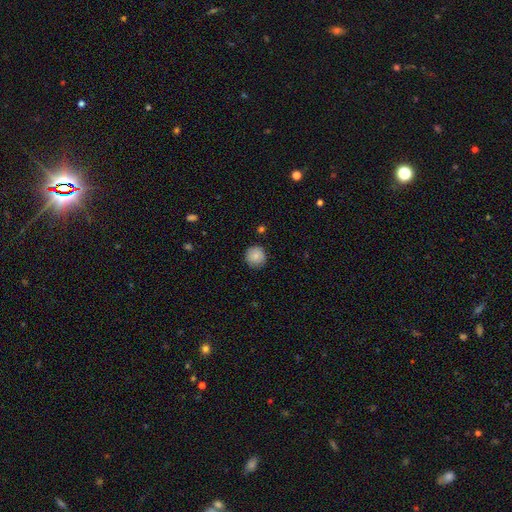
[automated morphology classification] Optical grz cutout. It shows a smooth galaxy with no disk features (83%) that is round (93%). Merging: none (86%).